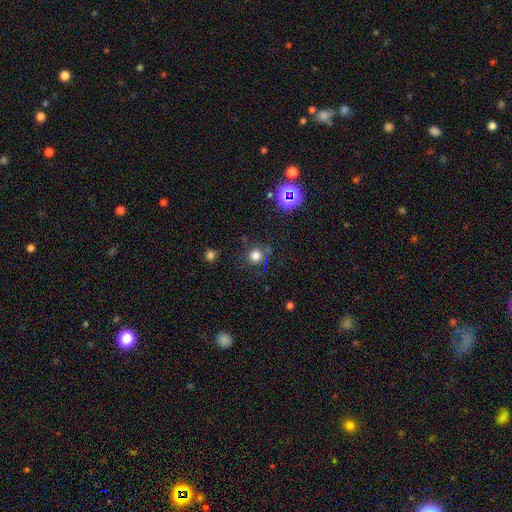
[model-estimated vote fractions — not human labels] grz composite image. It shows a smooth galaxy with no disk features (73%) that is round (91%). Merging: none (78%).